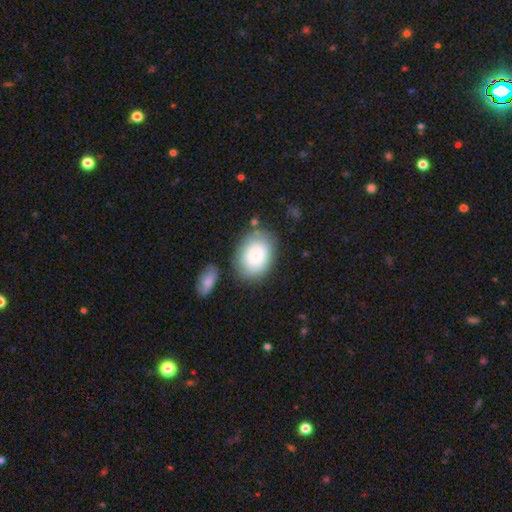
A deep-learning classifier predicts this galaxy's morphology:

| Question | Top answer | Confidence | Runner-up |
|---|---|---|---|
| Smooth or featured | smooth | 83% | featured or disk (10%) |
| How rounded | in between | 68% | round (30%) |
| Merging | none | 72% | minor disturbance (15%) |